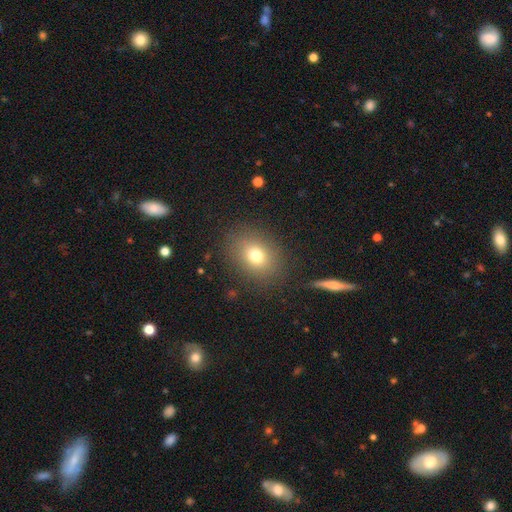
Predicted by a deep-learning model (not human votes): Smooth or featured: smooth — 75% (star or artifact — 14%)
How rounded: in between — 50% (round — 49%)
Merging: none — 85% (minor disturbance — 9%)